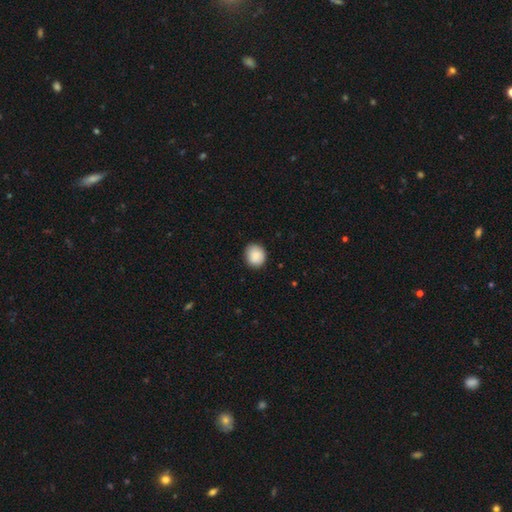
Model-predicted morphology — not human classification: Smooth or featured? smooth (89%)
How rounded? round (77%)
Merging? none (86%)